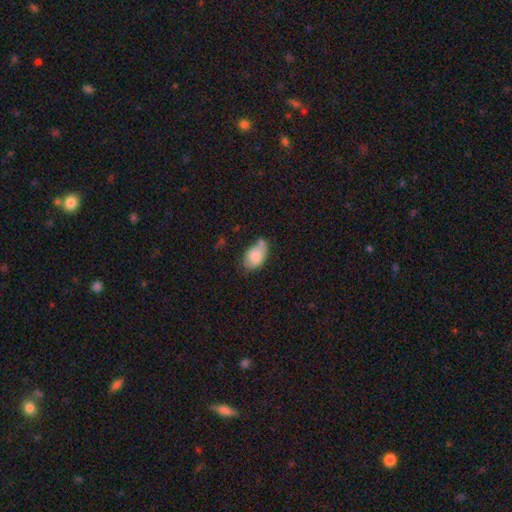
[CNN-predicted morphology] A smooth galaxy with no disk features (81%) that is in between round and cigar-shaped (89%). Merging: none (44%).